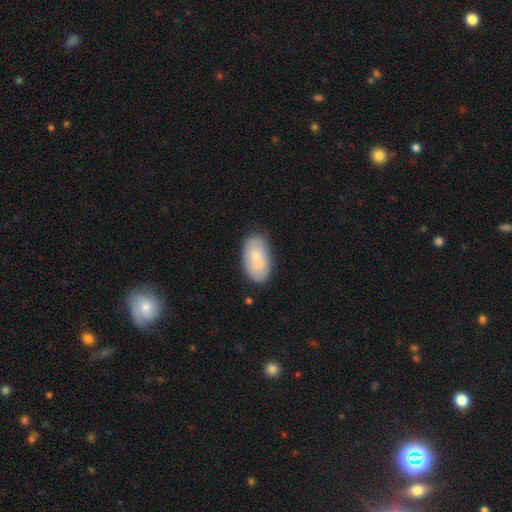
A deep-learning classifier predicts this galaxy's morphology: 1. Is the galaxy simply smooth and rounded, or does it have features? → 65% smooth, 29% featured or disk, 6% star or artifact.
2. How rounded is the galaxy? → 93% in between, 4% round, 2% cigar-shaped.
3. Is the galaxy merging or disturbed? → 58% none, 20% merger, 18% minor disturbance, 5% major disturbance.